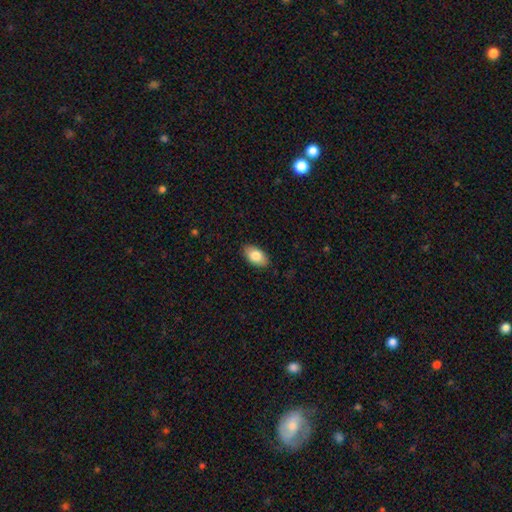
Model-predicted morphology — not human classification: A smooth galaxy with no disk features (82%) that is in between round and cigar-shaped (94%). Merging: none (87%).